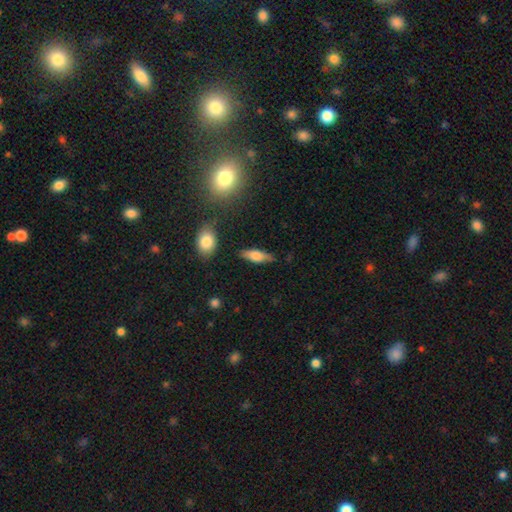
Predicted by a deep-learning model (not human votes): smooth_or_featured: smooth (p=0.66) [alt: featured or disk p=0.26]
how_rounded: in between (p=0.62) [alt: cigar-shaped p=0.35]
merging: none (p=0.80) [alt: minor disturbance p=0.14]